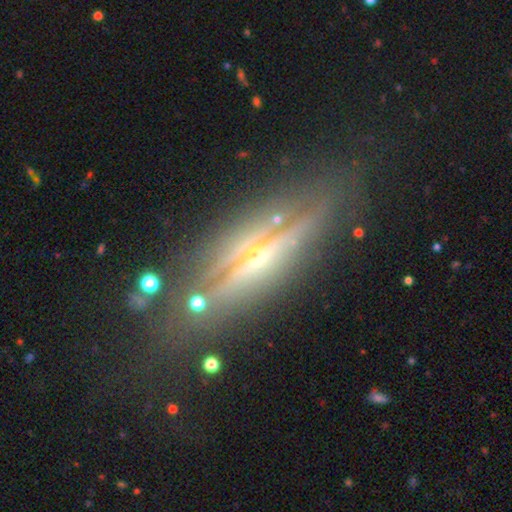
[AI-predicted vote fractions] Overall: featured or disk (79%). Edge-on disk: yes (91%). Edge-on bulge: rounded (77%). Merging: none (75%).